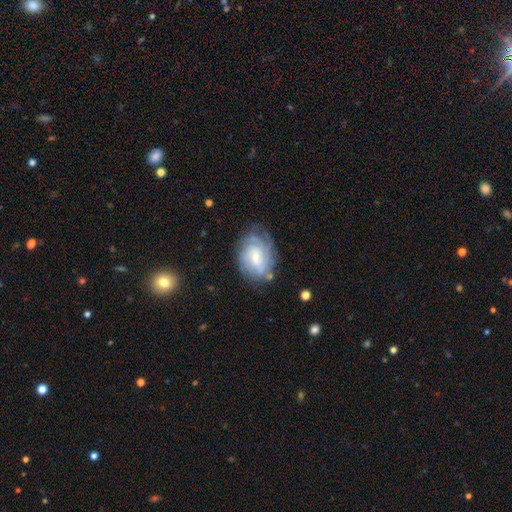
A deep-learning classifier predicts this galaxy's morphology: Overall: featured or disk (64%; smooth 28%). Edge-on disk: no (96%). Bar: weak (47%; no 43%). Spiral arms: yes (83%). Spiral arm count: can't tell (54%; 2 17%). Spiral winding: tight (59%; medium 30%). Bulge size: small (59%; moderate 34%). Merging: none (64%).